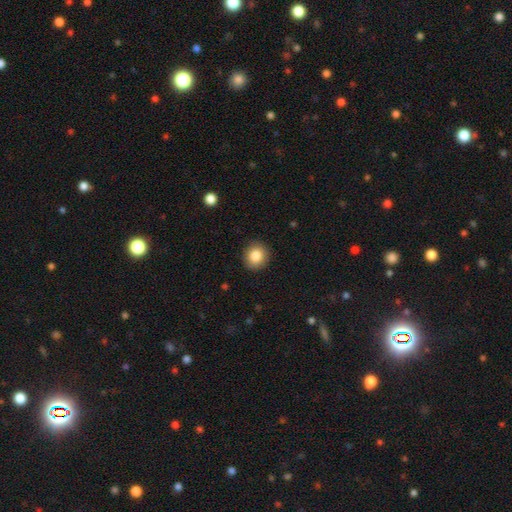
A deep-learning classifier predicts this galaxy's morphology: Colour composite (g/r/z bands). It shows a smooth galaxy with no disk features (85%) that is round (86%). Merging: none (90%).